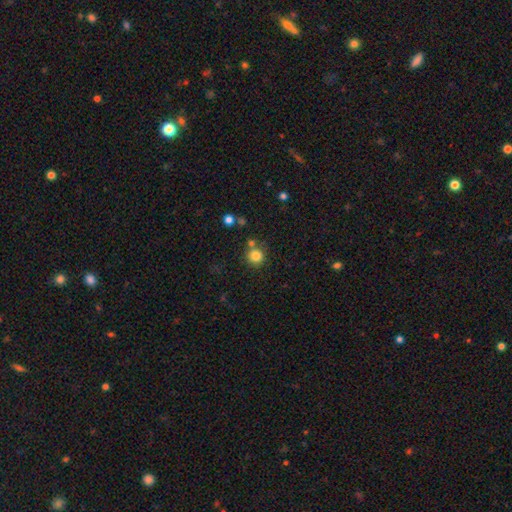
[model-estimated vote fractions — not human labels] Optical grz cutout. It shows a smooth galaxy with no disk features (82%) that is round (93%). Merging: none (75%).